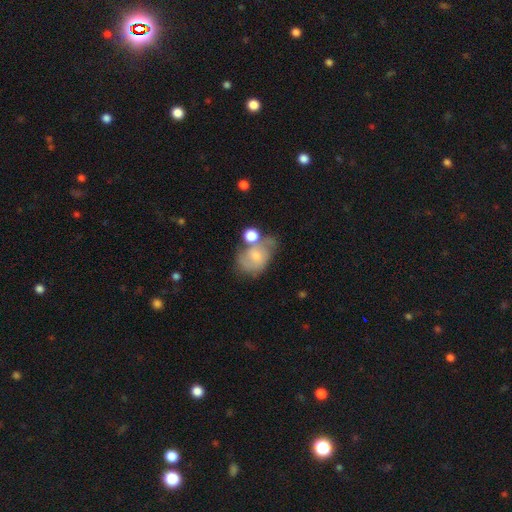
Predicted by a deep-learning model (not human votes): Q: Smooth or featured?
A: smooth (50%); runner-up: featured or disk (41%)
Q: Merging?
A: none (34%); runner-up: merger (27%)